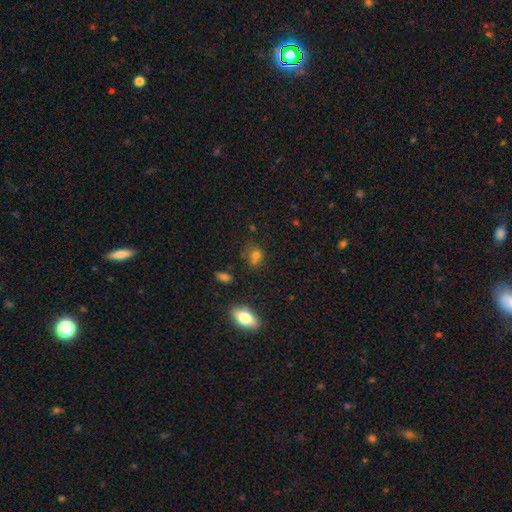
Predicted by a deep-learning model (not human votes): The model was most divided on "how rounded": round: 56%, in between: 42%, cigar-shaped: 2%. More confident: smooth or featured — smooth (73%); merging — none (53%).